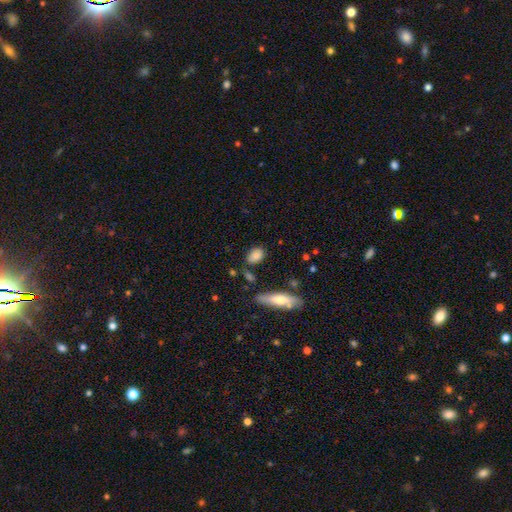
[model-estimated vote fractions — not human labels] smooth_or_featured: smooth (p=0.82) [alt: featured or disk p=0.09]
how_rounded: in between (p=0.79) [alt: round p=0.15]
merging: none (p=0.74) [alt: minor disturbance p=0.17]